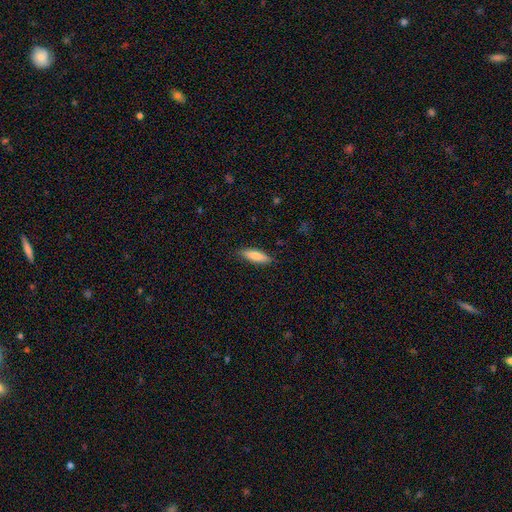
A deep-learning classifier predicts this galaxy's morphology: Smooth or featured?
  - smooth: 78% *
  - featured or disk: 16%
  - star or artifact: 6%
How rounded?
  - cigar-shaped: 54% *
  - in between: 44%
  - round: 2%
Merging?
  - none: 85% *
  - minor disturbance: 12%
  - major disturbance: 2%
  - merger: 1%